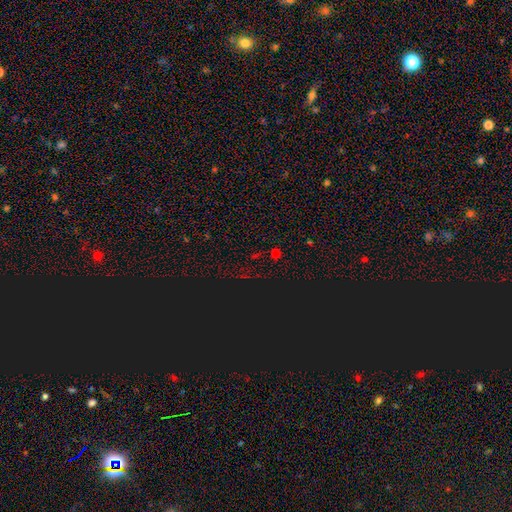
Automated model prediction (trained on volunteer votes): A star or artifact, not a galaxy (62%).